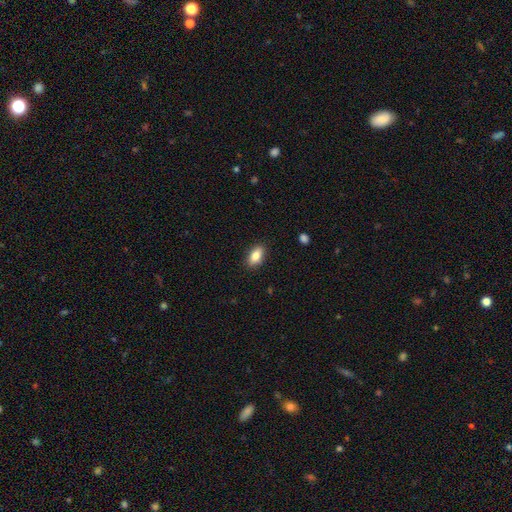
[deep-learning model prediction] smooth_or_featured: smooth (p=0.83) [alt: featured or disk p=0.10]
how_rounded: in between (p=0.88) [alt: round p=0.06]
merging: none (p=0.88) [alt: minor disturbance p=0.09]